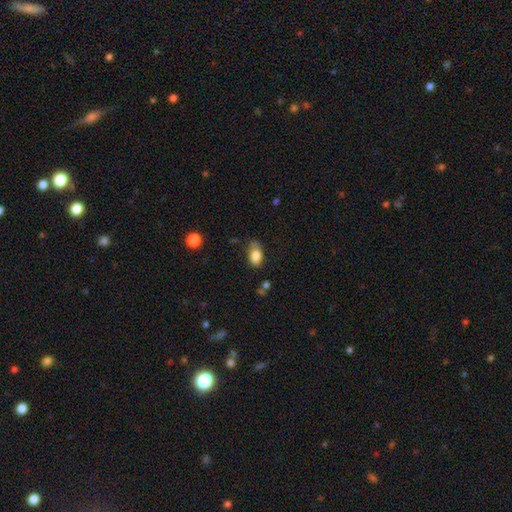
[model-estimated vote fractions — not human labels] Overall: smooth (82%). How rounded: in between (88%). Merging: none (52%; minor disturbance 34%).